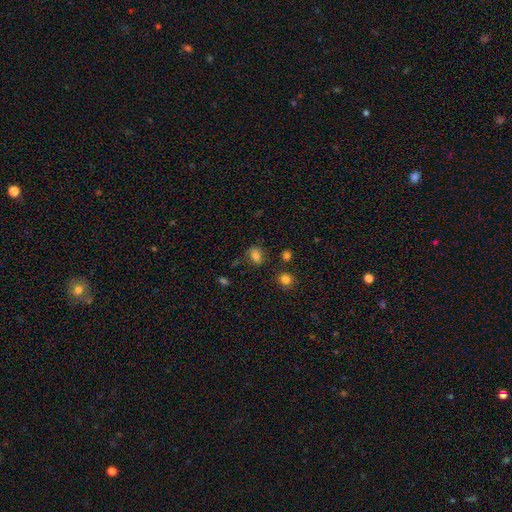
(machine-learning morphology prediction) smooth_or_featured: smooth (p=0.76) [alt: star or artifact p=0.13]
how_rounded: in between (p=0.68) [alt: round p=0.30]
merging: none (p=0.70) [alt: minor disturbance p=0.19]